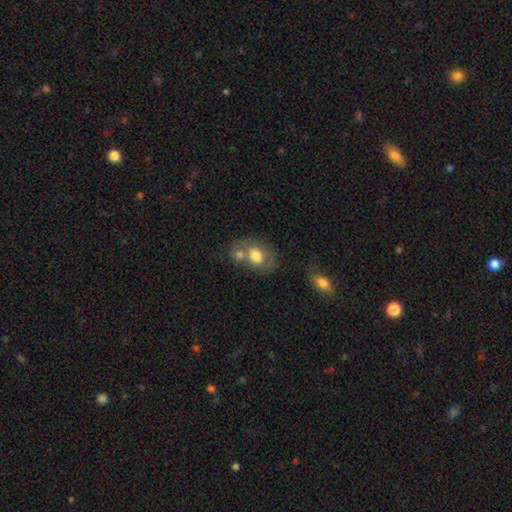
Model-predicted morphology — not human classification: Smooth or featured: smooth — 68% (featured or disk — 24%)
How rounded: round — 50% (in between — 49%)
Merging: none — 40% (tied with merger — 40%)